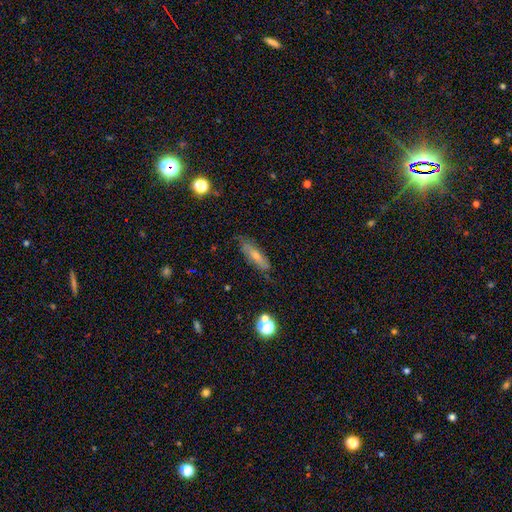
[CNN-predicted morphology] Smooth or featured: featured or disk — 47% (smooth — 41%)
Merging: none — 78% (minor disturbance — 16%)